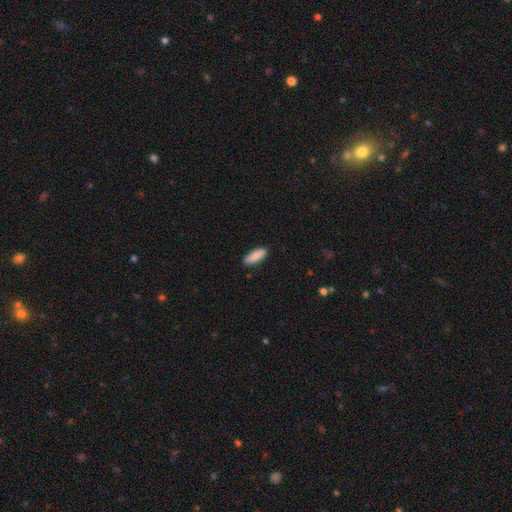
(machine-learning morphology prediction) smooth 89%, star or artifact 6%, featured or disk 5%. Down the decision tree: how rounded — in between (61%); merging — none (88%).